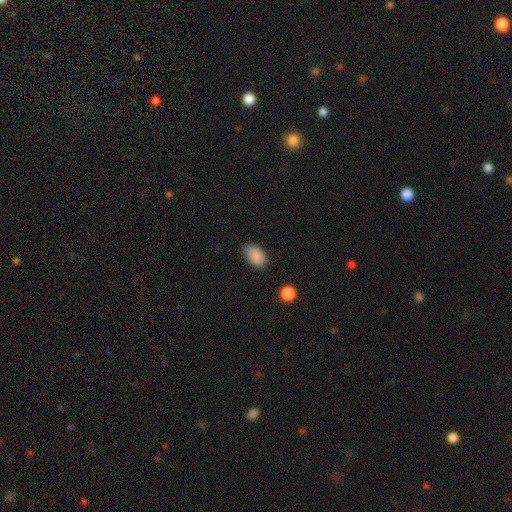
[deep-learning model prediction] Smooth or featured? Predicted: smooth (p=0.88). How rounded? Predicted: in between (p=0.91). Merging? Predicted: none (p=0.79).